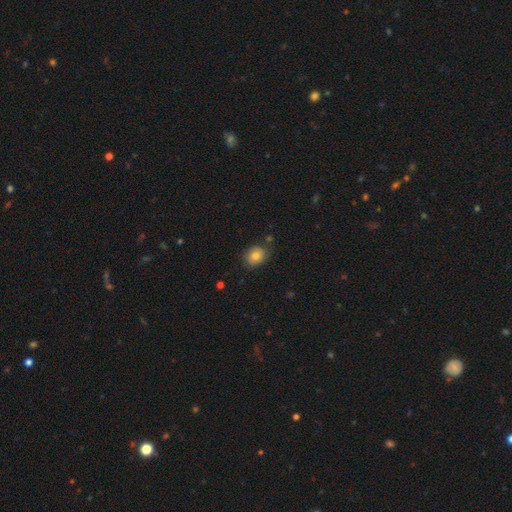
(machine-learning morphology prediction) Smooth or featured? smooth (78%)
How rounded? round (50%)
Merging? none (77%)